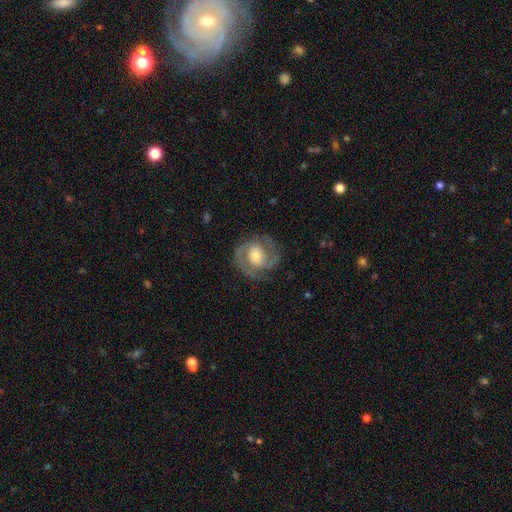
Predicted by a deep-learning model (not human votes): Smooth or featured? Predicted: featured or disk (p=0.86). Edge-on disk? Predicted: no (p=0.98). Bar? Predicted: no (p=0.43). Spiral arms? Predicted: yes (p=0.96). Spiral winding? Predicted: medium (p=0.50). Spiral arm count? Predicted: 2 (p=0.88). Bulge size? Predicted: moderate (p=0.59). Merging? Predicted: none (p=0.80).